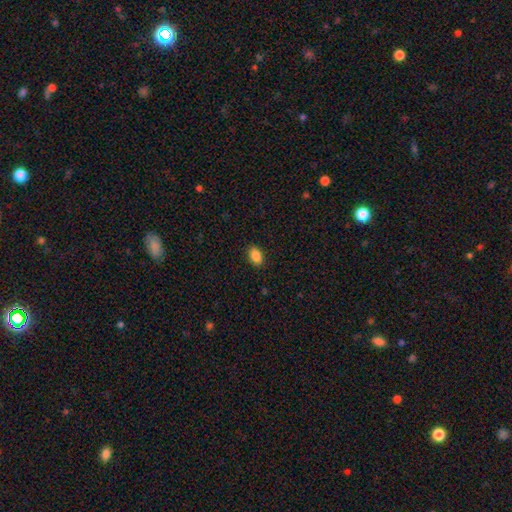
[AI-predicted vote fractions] Smooth or featured: smooth — 88% (star or artifact — 8%)
How rounded: in between — 89% (round — 9%)
Merging: none — 89% (minor disturbance — 8%)